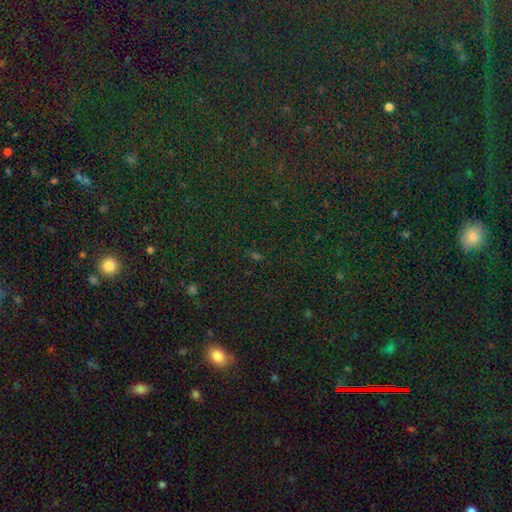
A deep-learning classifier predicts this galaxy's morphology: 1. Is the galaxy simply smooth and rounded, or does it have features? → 66% star or artifact, 25% smooth, 9% featured or disk.